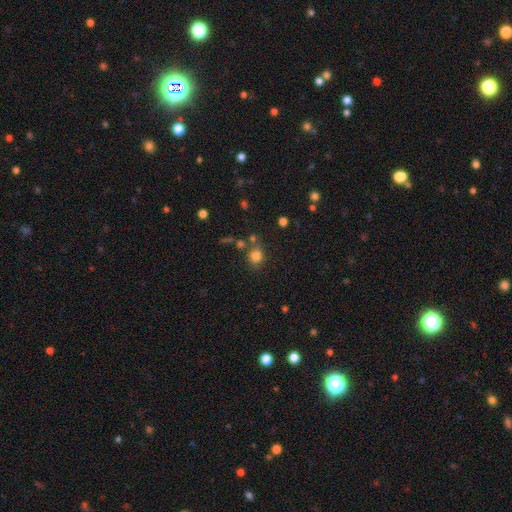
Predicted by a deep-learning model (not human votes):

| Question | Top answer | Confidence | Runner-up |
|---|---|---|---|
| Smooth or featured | smooth | 79% | star or artifact (14%) |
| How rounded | round | 81% | in between (18%) |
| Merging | none | 70% | merger (13%) |